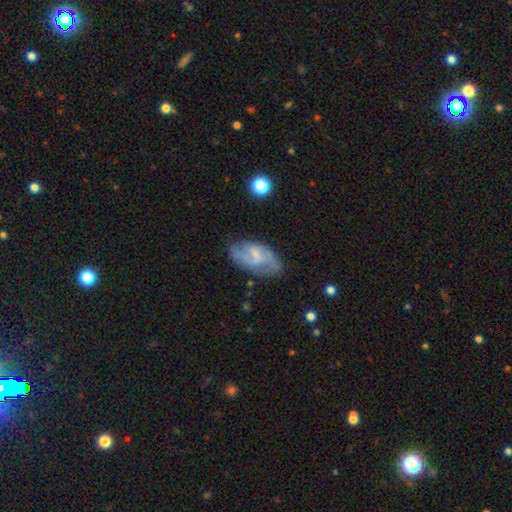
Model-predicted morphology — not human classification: type=featured or disk (70%); edge-on=no (95%); bar=weak (53%); spiral arms=yes (85%); winding=medium (46%); arm count=2 (60%); bulge=small (46%); merging=none (66%).